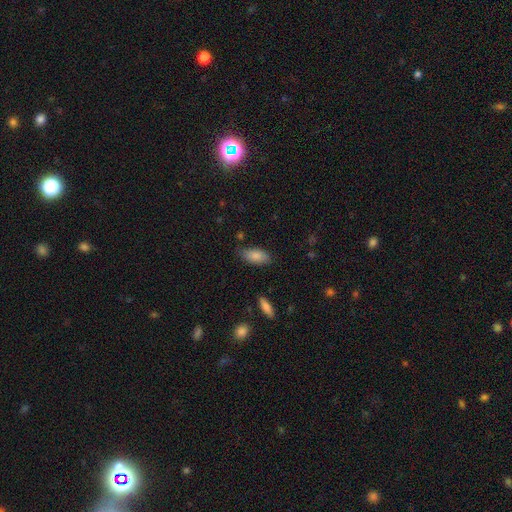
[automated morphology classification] A smooth galaxy with no disk features (82%) that is in between round and cigar-shaped (90%). Merging: none (76%).